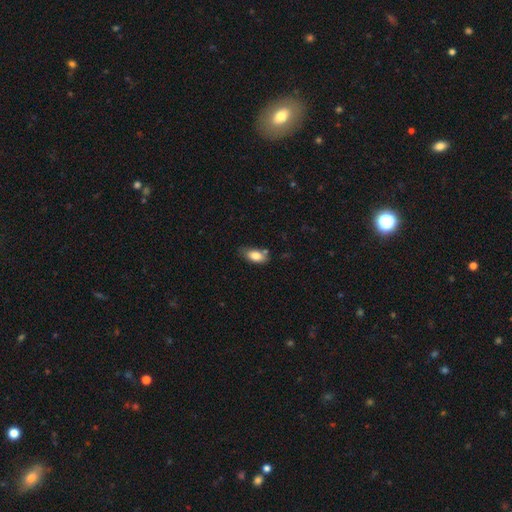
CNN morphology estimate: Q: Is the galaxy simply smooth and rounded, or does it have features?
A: smooth — 82%.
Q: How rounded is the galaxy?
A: in between — 89%.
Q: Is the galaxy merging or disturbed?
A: none — 60%.